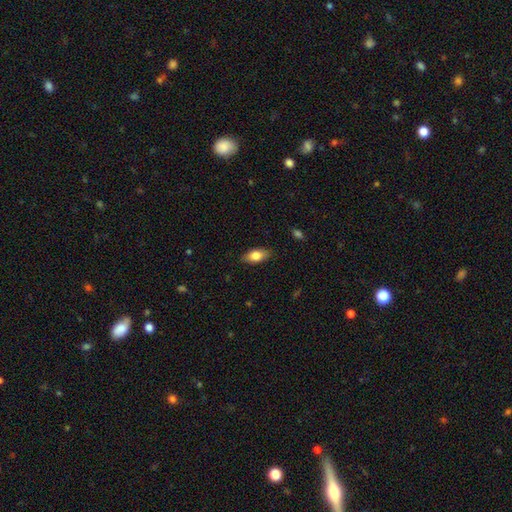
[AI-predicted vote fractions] Smooth or featured? Predicted: smooth (p=0.79). How rounded? Predicted: in between (p=0.87). Merging? Predicted: none (p=0.85).